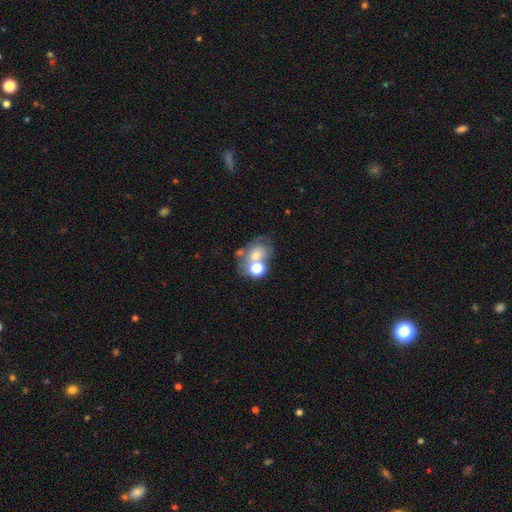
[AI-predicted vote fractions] This is possibly a smooth galaxy (53%). How rounded: possibly in between (54%). Merging: marginally merger (42%).